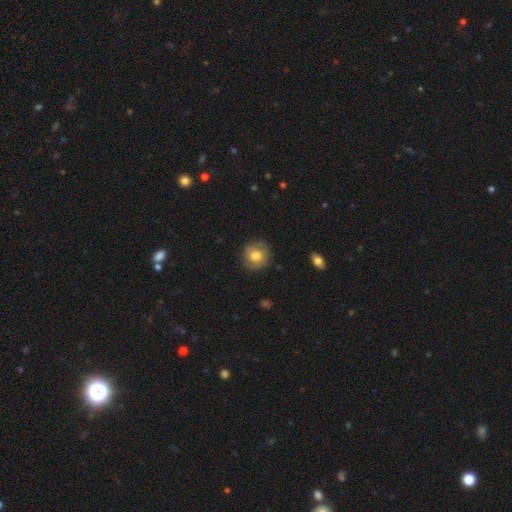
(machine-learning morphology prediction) A smooth galaxy with no disk features (74%) that is round (91%). Merging: none (85%).